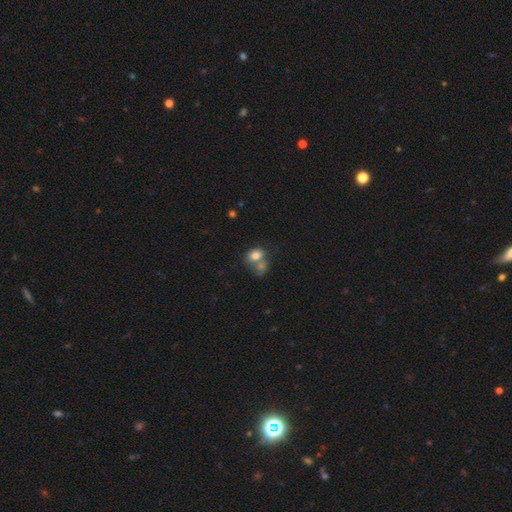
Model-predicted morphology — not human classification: type=smooth (78%); roundness=in between (69%); merging=merger (52%).